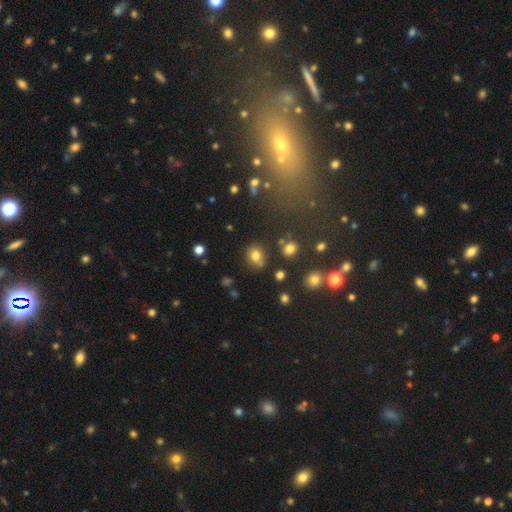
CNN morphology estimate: Smooth or featured?
  - smooth: 76% *
  - star or artifact: 15%
  - featured or disk: 9%
How rounded?
  - round: 69% *
  - in between: 30%
  - cigar-shaped: 1%
Merging?
  - none: 73% *
  - minor disturbance: 12%
  - merger: 11%
  - major disturbance: 4%